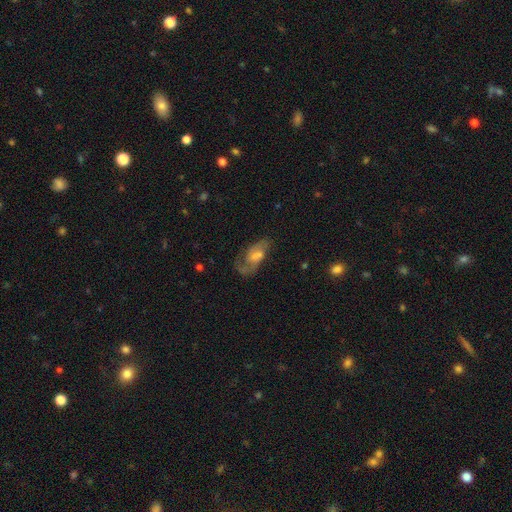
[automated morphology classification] type=featured or disk (73%); edge-on=no (95%); bar=no (52%); spiral arms=yes (89%); winding=medium (48%); arm count=2 (71%); bulge=small (42%); merging=none (59%).